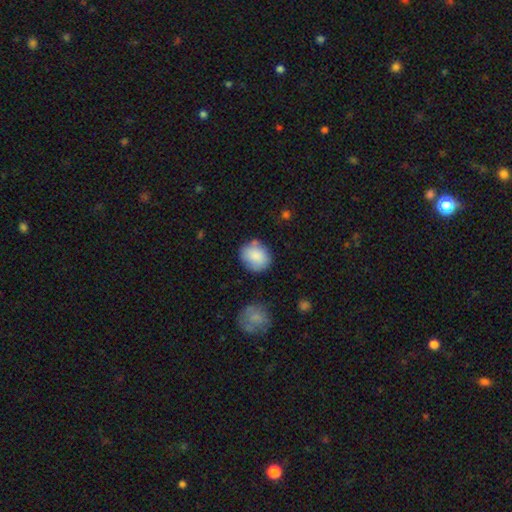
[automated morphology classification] Smooth or featured: smooth — 86% (featured or disk — 8%)
How rounded: round — 64% (in between — 35%)
Merging: none — 71% (minor disturbance — 18%)